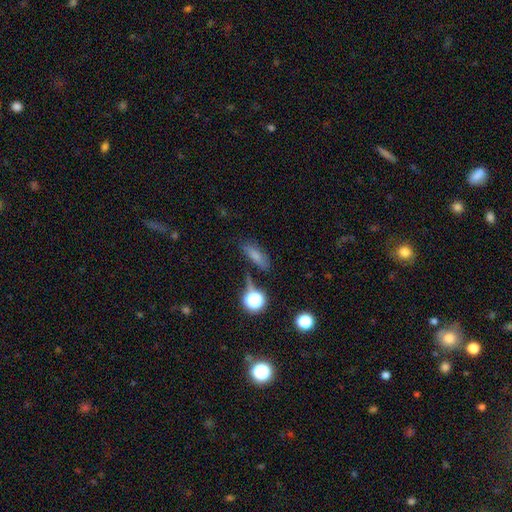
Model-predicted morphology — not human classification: Smooth or featured? smooth (66%)
How rounded? in between (57%)
Merging? none (67%)